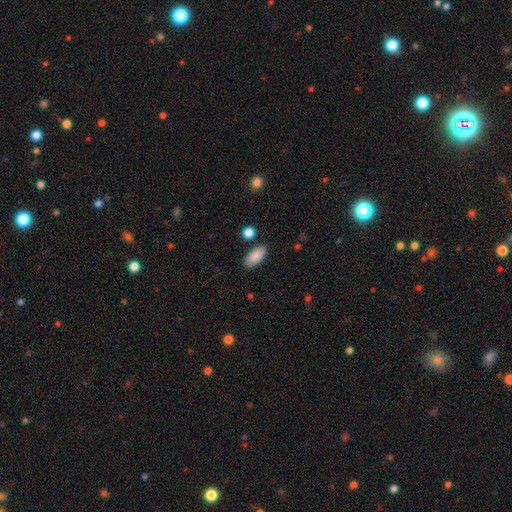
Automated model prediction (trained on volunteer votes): This is clearly a smooth galaxy (89%). How rounded: clearly in between (90%). Merging: clearly none (84%).